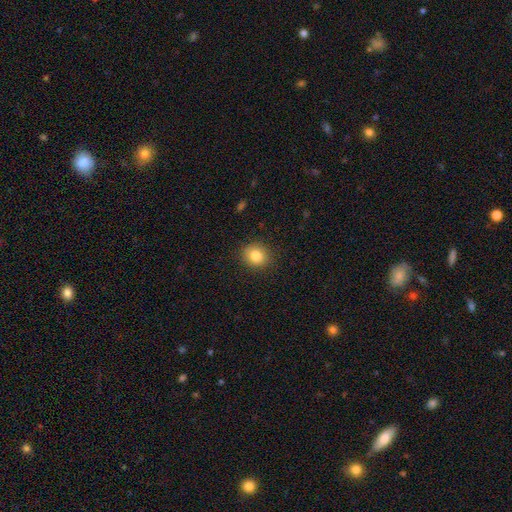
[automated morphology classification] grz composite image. It shows a smooth galaxy with no disk features (83%) that is round (72%). Merging: none (89%).